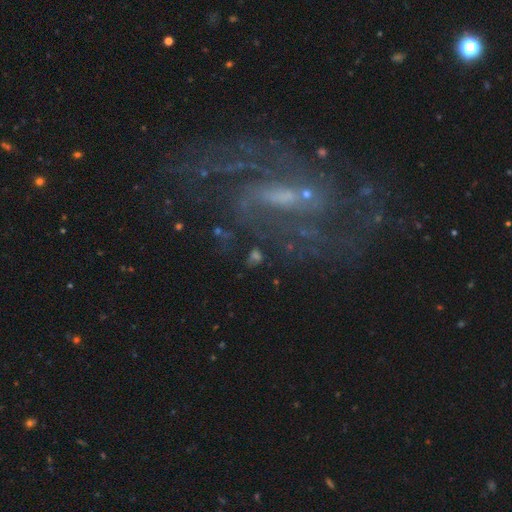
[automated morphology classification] This appears to be a featured or disk galaxy (48%). Merging: none (70%).